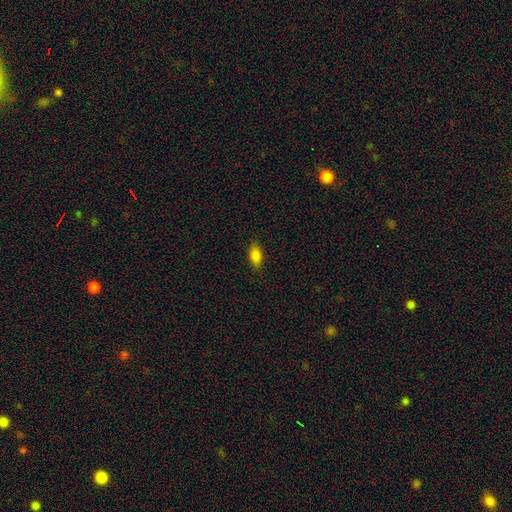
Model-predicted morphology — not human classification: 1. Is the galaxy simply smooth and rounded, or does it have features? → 84% smooth, 9% star or artifact, 6% featured or disk.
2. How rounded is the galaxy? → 89% in between, 6% cigar-shaped, 5% round.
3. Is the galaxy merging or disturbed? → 85% none, 12% minor disturbance, 3% major disturbance, 1% merger.